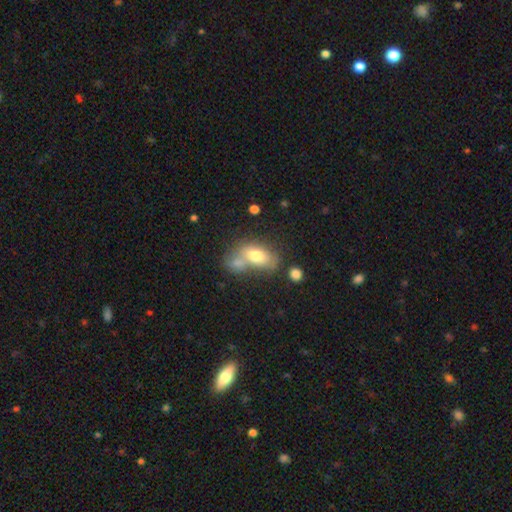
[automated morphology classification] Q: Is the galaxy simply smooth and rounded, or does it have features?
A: smooth — 71%.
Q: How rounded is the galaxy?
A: in between — 87%.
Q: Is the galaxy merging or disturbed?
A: merger — 49%.